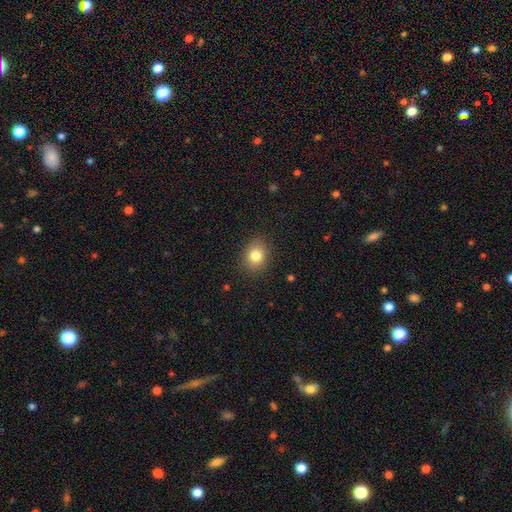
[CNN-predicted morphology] A smooth galaxy with no disk features (82%) that is round (52%). Merging: none (87%).